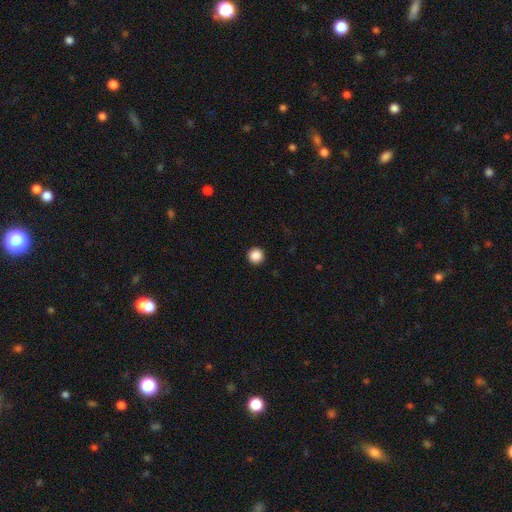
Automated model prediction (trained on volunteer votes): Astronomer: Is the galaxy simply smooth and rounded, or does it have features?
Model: smooth — 88%.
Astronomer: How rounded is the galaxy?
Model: round — 96%.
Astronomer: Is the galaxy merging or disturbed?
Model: none — 94%.